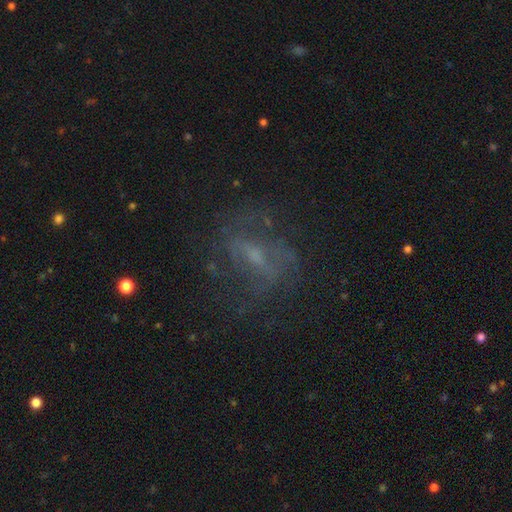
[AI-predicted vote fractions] Q: Smooth or featured?
A: featured or disk (63%); runner-up: smooth (21%)
Q: Edge-on disk?
A: no (93%); runner-up: yes (7%)
Q: Bar?
A: weak (46%); runner-up: no (34%)
Q: Spiral arms?
A: yes (59%); runner-up: no (41%)
Q: Bulge size?
A: small (51%); runner-up: moderate (27%)
Q: Merging?
A: none (60%); runner-up: major disturbance (20%)